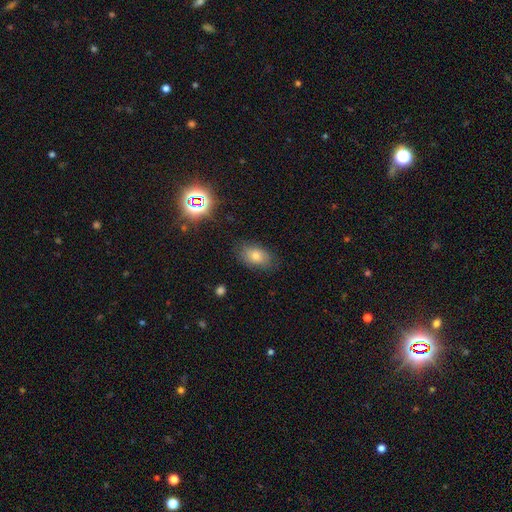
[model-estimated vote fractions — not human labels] Morphology: type=smooth (70%); roundness=in between (86%); merging=none (80%).